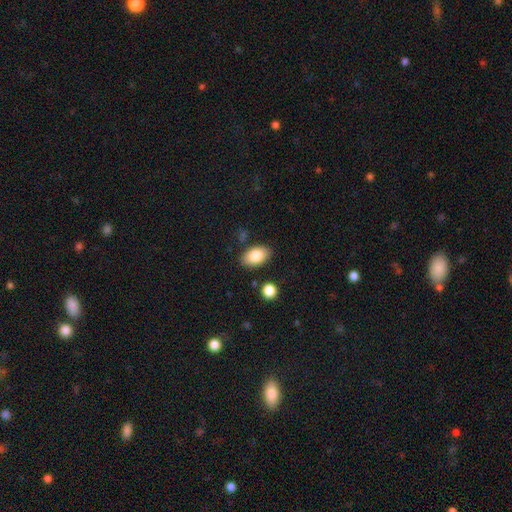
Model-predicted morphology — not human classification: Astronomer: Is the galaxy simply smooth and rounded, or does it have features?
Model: smooth — 84%.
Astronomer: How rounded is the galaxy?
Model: in between — 92%.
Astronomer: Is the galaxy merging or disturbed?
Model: none — 84%.